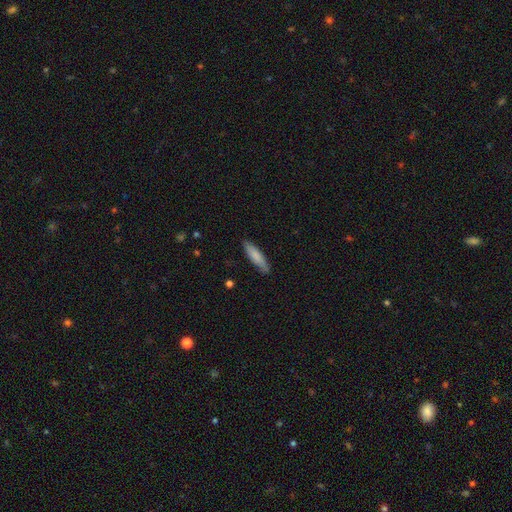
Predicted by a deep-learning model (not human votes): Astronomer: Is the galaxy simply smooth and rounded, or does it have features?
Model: smooth — 81%.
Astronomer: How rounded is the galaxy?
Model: cigar-shaped — 75%.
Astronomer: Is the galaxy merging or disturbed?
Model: none — 85%.